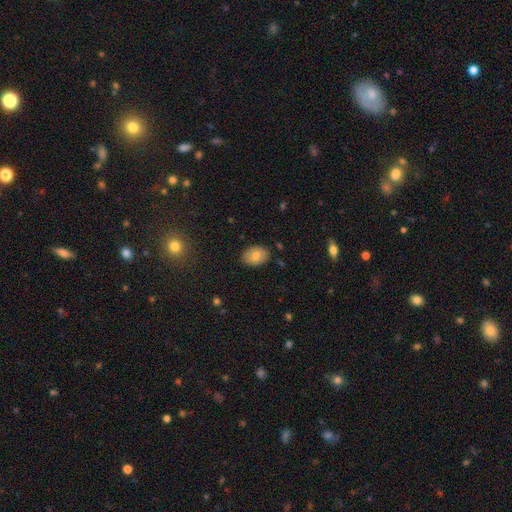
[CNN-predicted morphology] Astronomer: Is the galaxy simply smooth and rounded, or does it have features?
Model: smooth — 76%.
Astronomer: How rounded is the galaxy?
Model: in between — 80%.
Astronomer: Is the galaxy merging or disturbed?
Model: none — 86%.